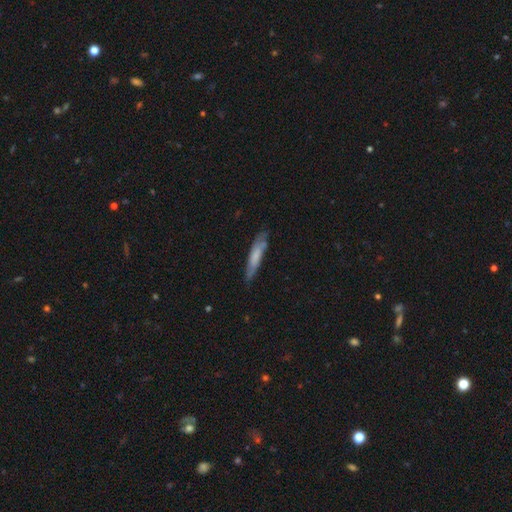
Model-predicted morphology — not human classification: Smooth or featured? Predicted: smooth (p=0.57). How rounded? Predicted: cigar-shaped (p=0.87). Merging? Predicted: none (p=0.72).